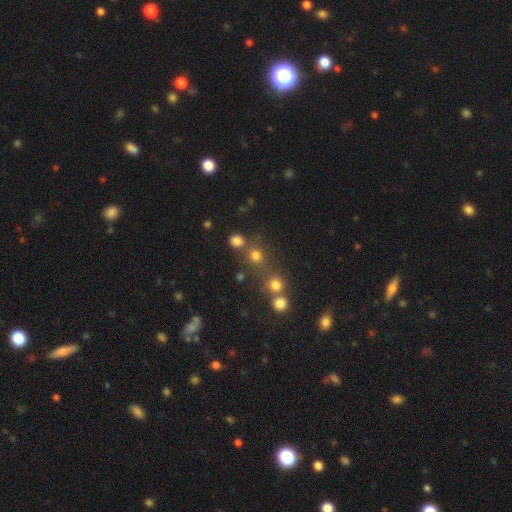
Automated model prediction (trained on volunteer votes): Smooth or featured? smooth (74%)
How rounded? round (87%)
Merging? none (66%)